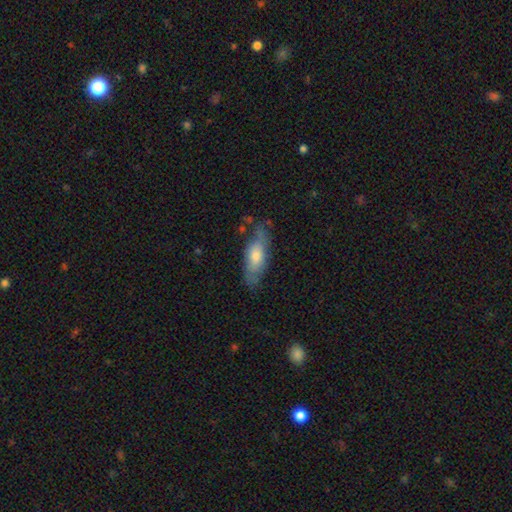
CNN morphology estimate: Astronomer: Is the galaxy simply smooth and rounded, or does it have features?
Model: smooth — 54% (runner-up: featured or disk, 40%).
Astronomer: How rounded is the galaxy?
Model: in between — 70%.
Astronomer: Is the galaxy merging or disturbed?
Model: none — 64%.